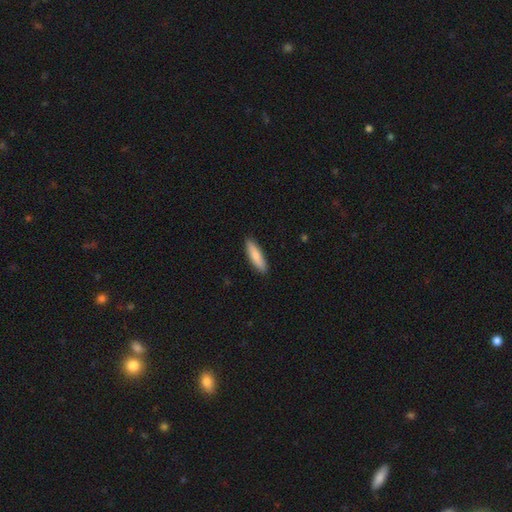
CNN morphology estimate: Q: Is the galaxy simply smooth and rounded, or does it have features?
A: smooth — 82%.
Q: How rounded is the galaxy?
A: cigar-shaped — 68%.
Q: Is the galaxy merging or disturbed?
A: none — 89%.